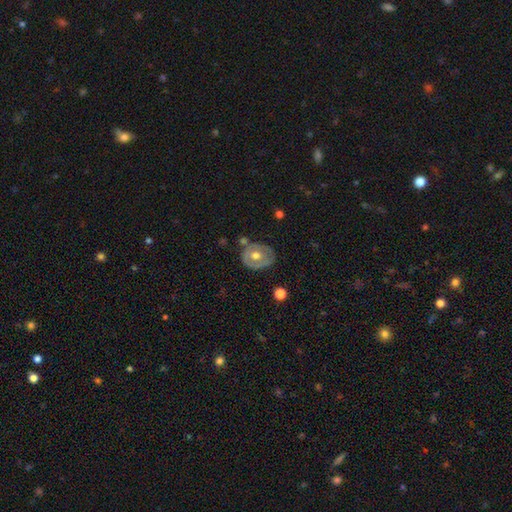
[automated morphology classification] This is possibly a featured or disk galaxy (54%). It is clearly not viewed edge-on (94%). Bar: likely no (77%). Spiral arm pattern: likely no (75%). Central bulge: likely moderate (73%). Merging: likely none (62%).